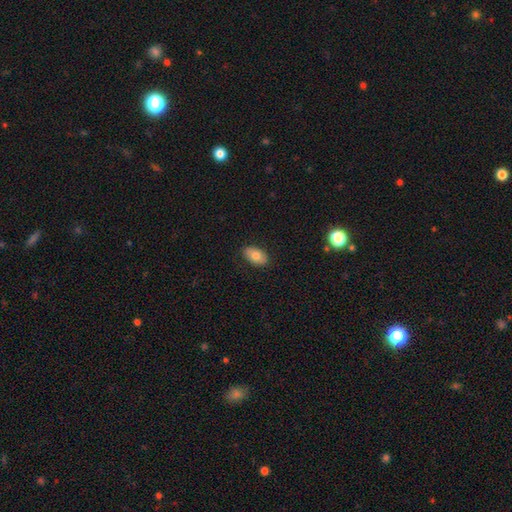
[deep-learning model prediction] Smooth or featured? Predicted: smooth (p=0.78). How rounded? Predicted: in between (p=0.91). Merging? Predicted: none (p=0.86).